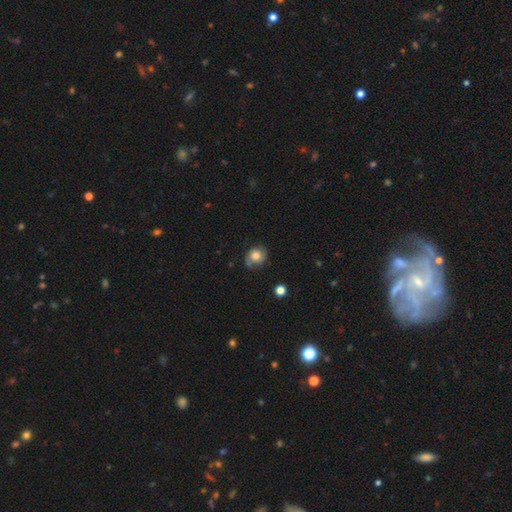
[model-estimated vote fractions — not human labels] The model was most divided on "how rounded": round: 67%, in between: 32%, cigar-shaped: 1%. More confident: smooth or featured — smooth (66%); merging — none (65%).